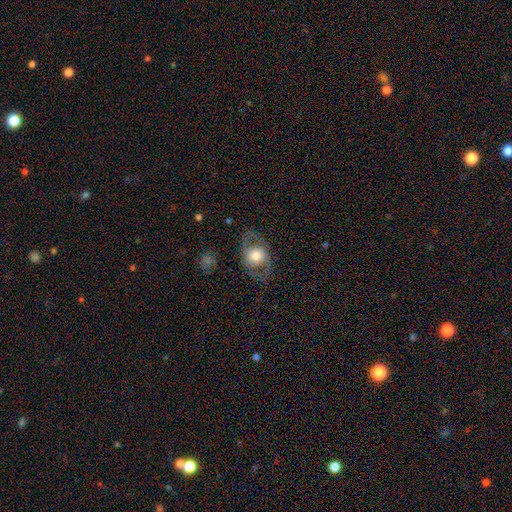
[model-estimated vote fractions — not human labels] The model was most divided on "smooth or featured": featured or disk: 53%, smooth: 41%, star or artifact: 6%. More confident: edge-on disk — no (91%); merging — none (74%).